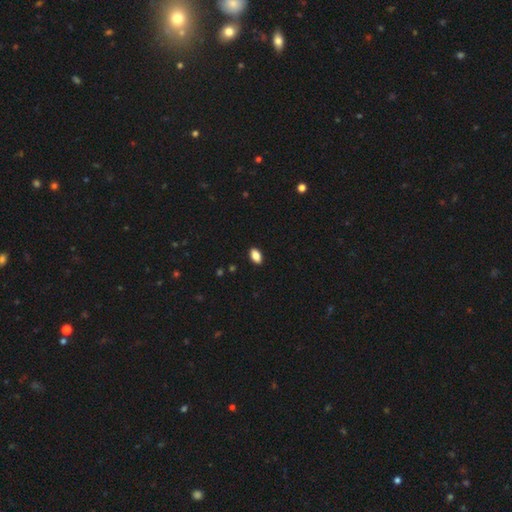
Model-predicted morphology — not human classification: This appears to be a smooth galaxy with no disk features (86%) that is in between round and cigar-shaped (92%). Merging: none (90%).